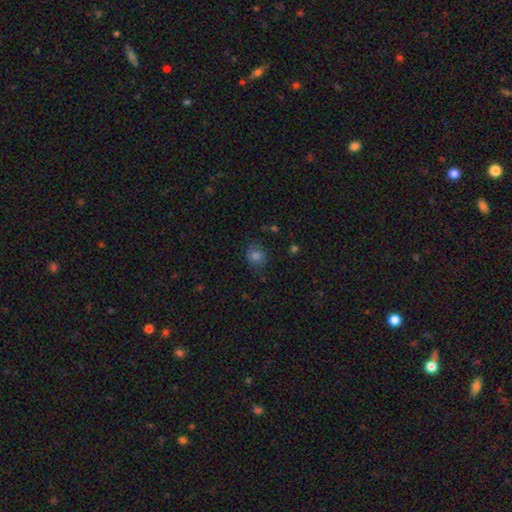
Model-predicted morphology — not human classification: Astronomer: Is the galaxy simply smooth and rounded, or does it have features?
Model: smooth — 77%.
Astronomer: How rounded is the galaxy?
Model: round — 65%.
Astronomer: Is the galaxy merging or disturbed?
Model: none — 78%.